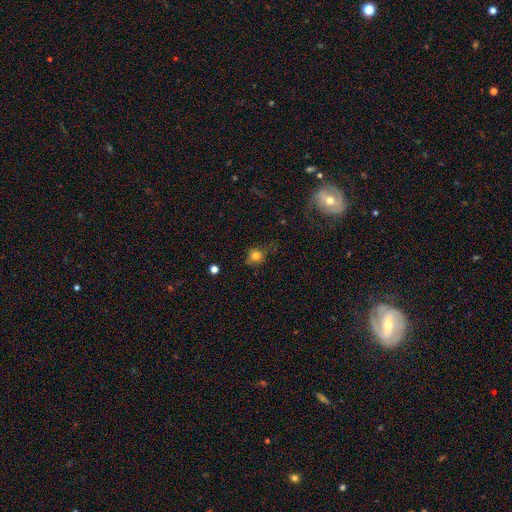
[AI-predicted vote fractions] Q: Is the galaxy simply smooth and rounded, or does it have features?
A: smooth — 78%.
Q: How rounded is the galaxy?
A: round — 80%.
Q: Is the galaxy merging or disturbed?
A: none — 62%.